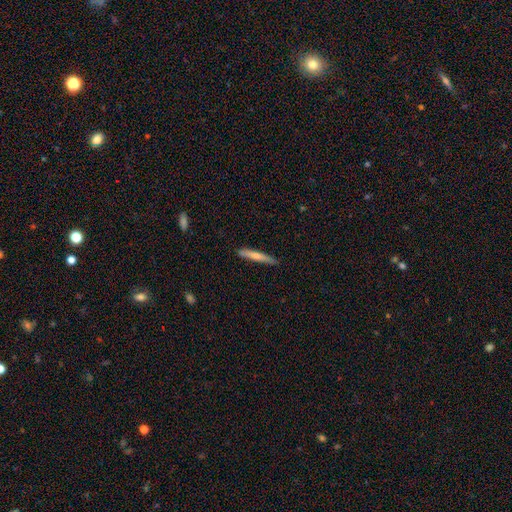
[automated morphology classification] Smooth or featured? Predicted: smooth (p=0.64). How rounded? Predicted: cigar-shaped (p=0.95). Merging? Predicted: none (p=0.85).